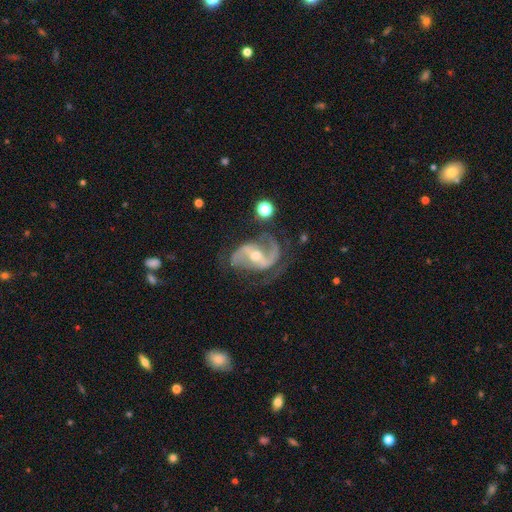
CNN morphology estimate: Smooth or featured?
  - featured or disk: 90% *
  - star or artifact: 5%
  - smooth: 5%
Edge-on disk?
  - no: 97% *
  - yes: 3%
Bar?
  - strong: 41% *
  - weak: 38%
  - no: 21%
Spiral arms?
  - yes: 97% *
  - no: 3%
Spiral winding?
  - medium: 49% *
  - loose: 34%
  - tight: 17%
Spiral arm count?
  - 2: 88% *
  - can't tell: 4%
  - 1: 3%
  - 3: 3%
  - 4: 1%
  - more than 4: 1%
Bulge size?
  - moderate: 58% *
  - small: 38%
  - large: 2%
  - none: 1%
  - dominant: 1%
Merging?
  - none: 66% *
  - minor disturbance: 19%
  - major disturbance: 13%
  - merger: 3%